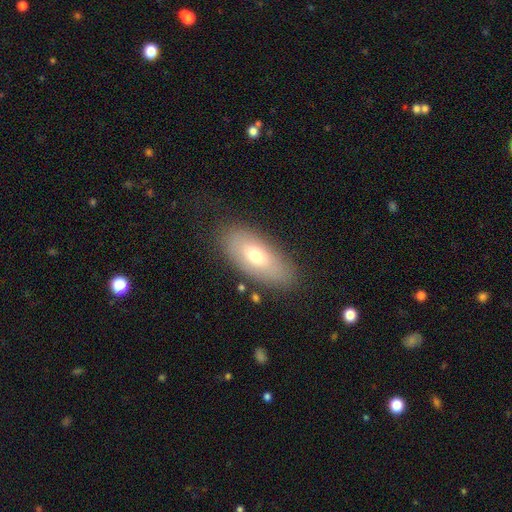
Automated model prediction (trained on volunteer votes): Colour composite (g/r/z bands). It shows a smooth galaxy with no disk features (65%) that is in between round and cigar-shaped (87%). Merging: none (80%).